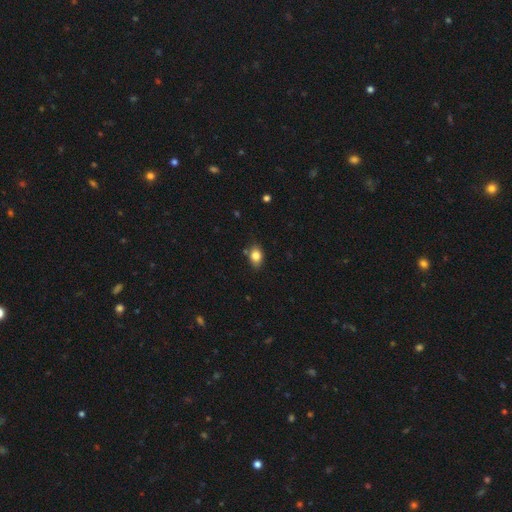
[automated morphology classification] A smooth galaxy with no disk features (82%) that is in between round and cigar-shaped (73%).

Vote fractions:
- Smooth or featured? smooth: 82% / star or artifact: 9% / featured or disk: 9%
- How rounded? in between: 73% / round: 26% / cigar-shaped: 2%
- Merging? none: 77% / minor disturbance: 16% / merger: 4% / major disturbance: 3%